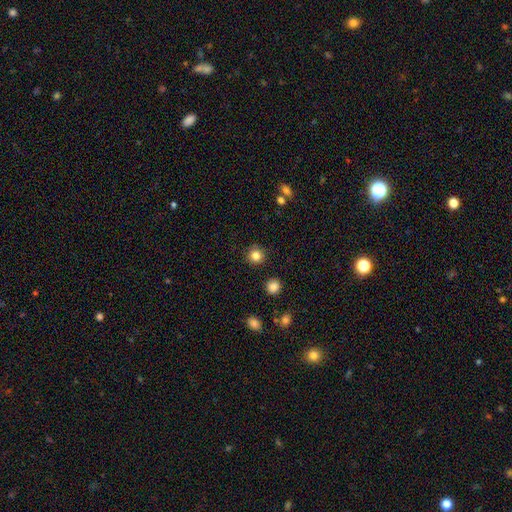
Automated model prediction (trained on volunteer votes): A smooth galaxy with no disk features (83%) that is round (92%). Merging: none (90%).